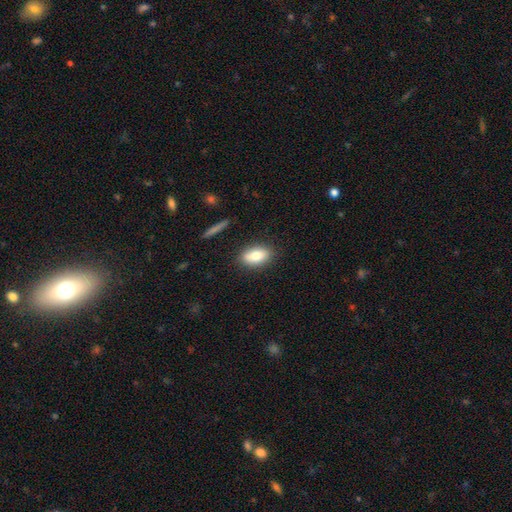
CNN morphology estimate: The model was most divided on "smooth or featured": smooth: 81%, featured or disk: 12%, star or artifact: 7%. More confident: how rounded — in between (87%); merging — none (85%).